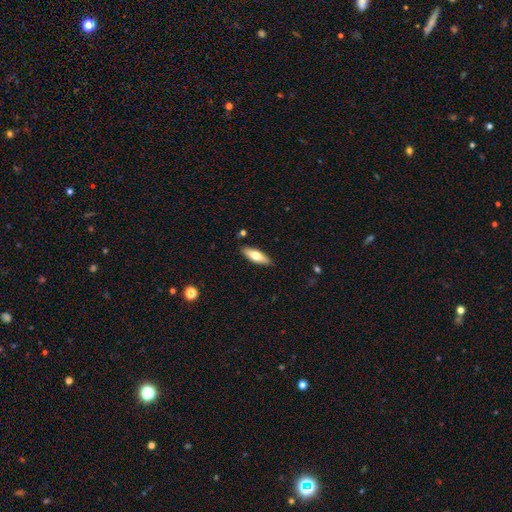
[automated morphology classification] This is likely a smooth galaxy (65%). How rounded: possibly in between (56%). Merging: clearly none (89%).